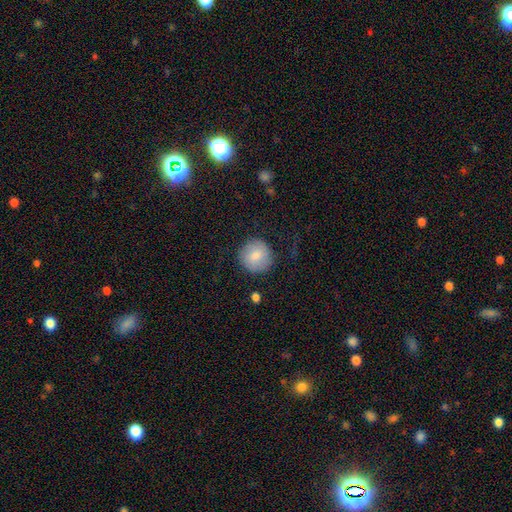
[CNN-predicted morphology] Q: Smooth or featured?
A: smooth (81%); runner-up: featured or disk (12%)
Q: How rounded?
A: round (94%); runner-up: in between (5%)
Q: Merging?
A: none (85%); runner-up: minor disturbance (10%)